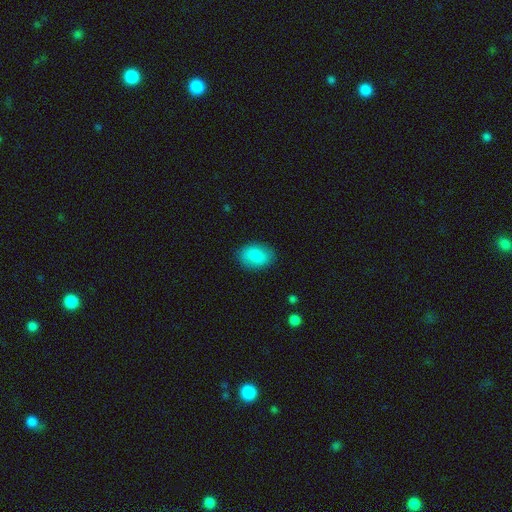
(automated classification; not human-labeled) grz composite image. It shows a smooth galaxy with no disk features (87%) that is in between round and cigar-shaped (82%). Merging: none (85%).